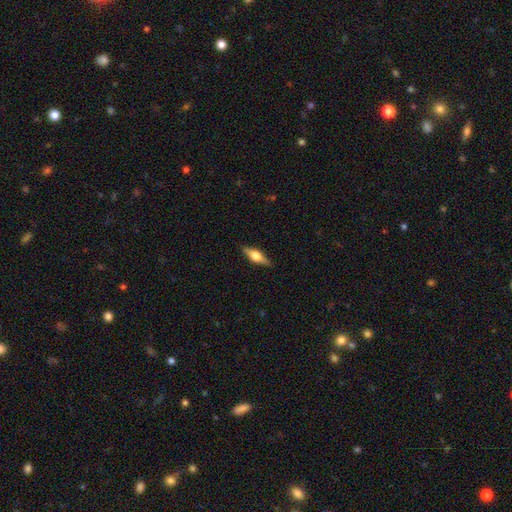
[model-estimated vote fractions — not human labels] A featured or disk galaxy (58%) viewed edge-on (95%) with a rounded central bulge (91%). Merging: none (88%).